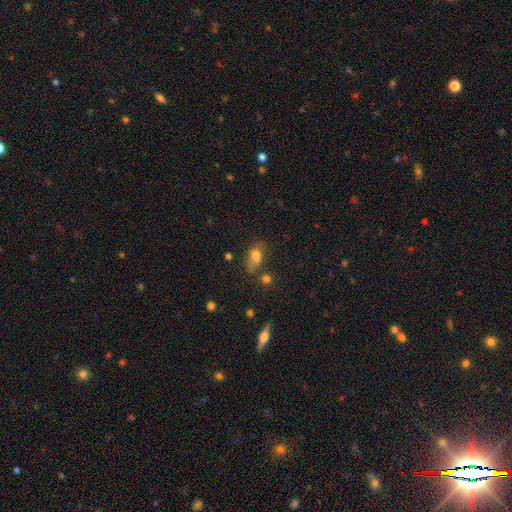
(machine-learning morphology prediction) Smooth or featured? Predicted: smooth (p=0.74). How rounded? Predicted: in between (p=0.75). Merging? Predicted: none (p=0.44).